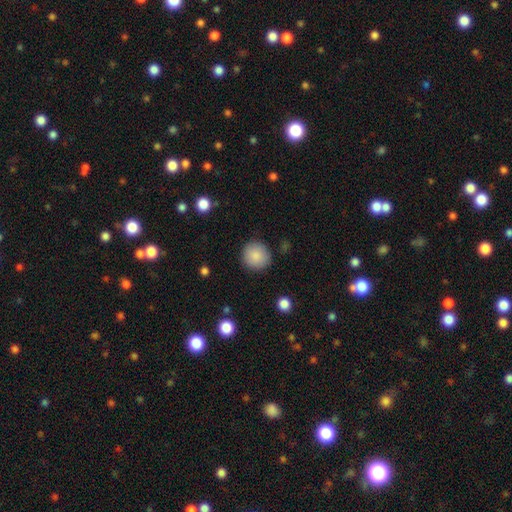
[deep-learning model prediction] A smooth galaxy with no disk features (87%) that is round (93%).

Vote fractions:
- Smooth or featured? smooth: 87% / star or artifact: 8% / featured or disk: 5%
- How rounded? round: 93% / in between: 6% / cigar-shaped: 1%
- Merging? none: 88% / minor disturbance: 8% / major disturbance: 2% / merger: 1%